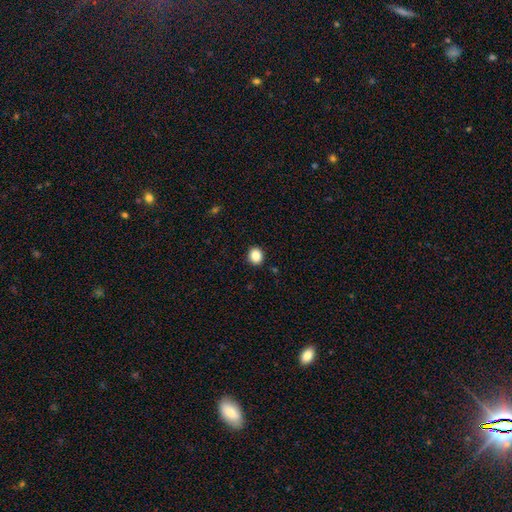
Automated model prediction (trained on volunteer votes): This appears to be a smooth galaxy with no disk features (87%) that is round (73%). Merging: none (91%).